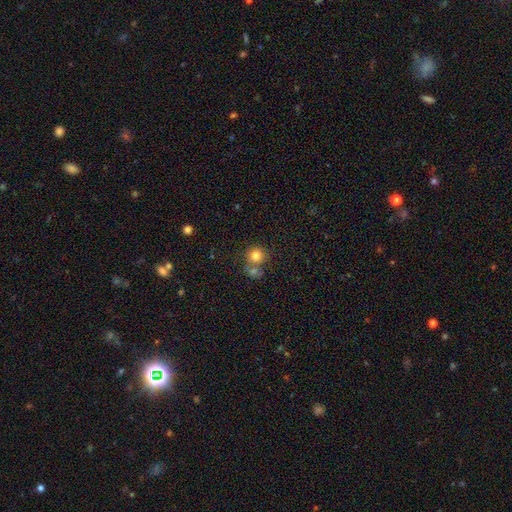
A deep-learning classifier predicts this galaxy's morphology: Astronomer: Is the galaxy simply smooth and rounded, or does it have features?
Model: smooth — 79%.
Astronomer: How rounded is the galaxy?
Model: round — 89%.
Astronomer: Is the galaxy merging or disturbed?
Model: none — 57%.